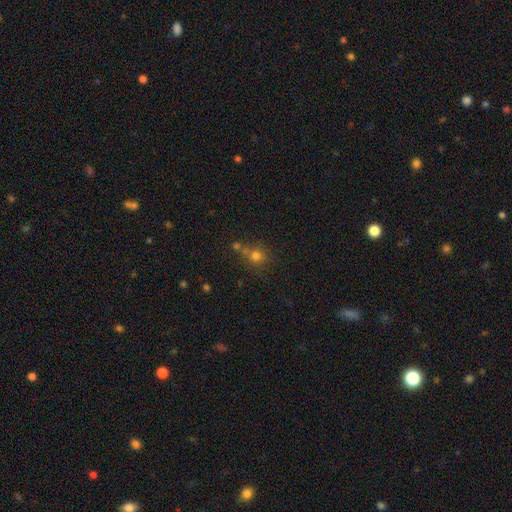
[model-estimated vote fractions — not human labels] Smooth or featured? smooth (69%)
How rounded? round (83%)
Merging? none (58%)